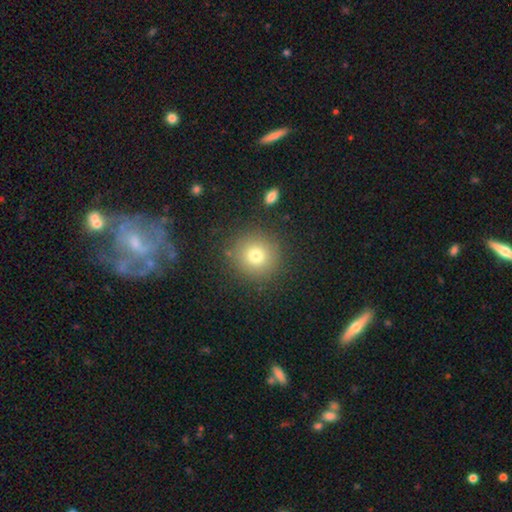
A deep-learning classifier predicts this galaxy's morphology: type=smooth (76%); roundness=round (93%); merging=none (87%).